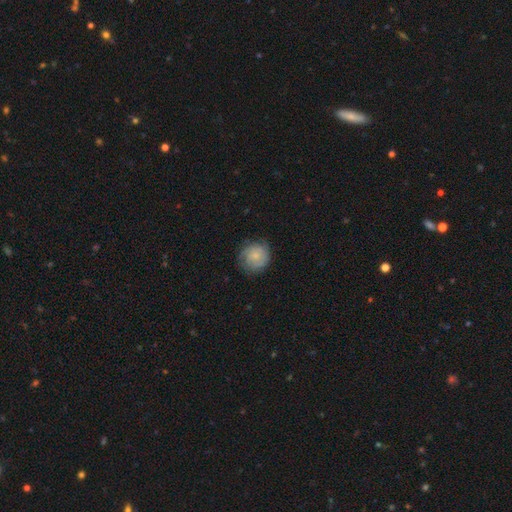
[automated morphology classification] The model was most divided on "smooth or featured": smooth: 48%, featured or disk: 44%, star or artifact: 8%. More confident: merging — none (74%).